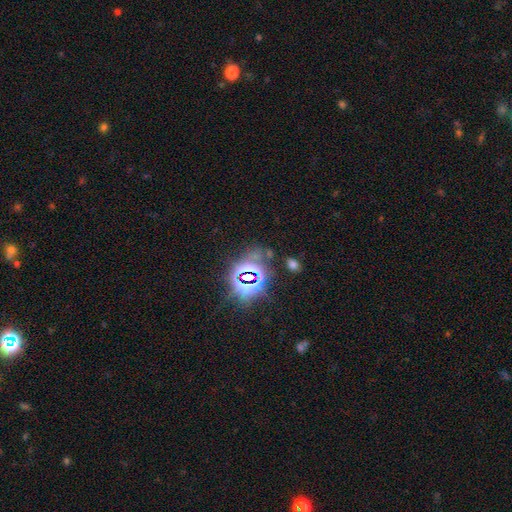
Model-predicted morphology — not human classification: This appears to be a star or artifact, not a galaxy (77%).